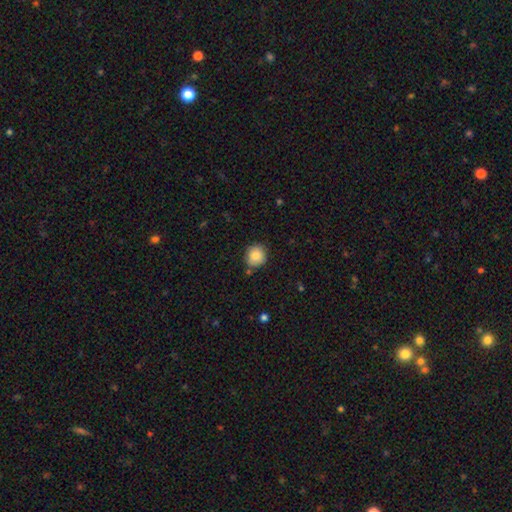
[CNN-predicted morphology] A smooth galaxy with no disk features (84%) that is round (87%).

Vote fractions:
- Smooth or featured? smooth: 84% / star or artifact: 9% / featured or disk: 7%
- How rounded? round: 87% / in between: 12% / cigar-shaped: 1%
- Merging? none: 82% / minor disturbance: 12% / merger: 4% / major disturbance: 2%